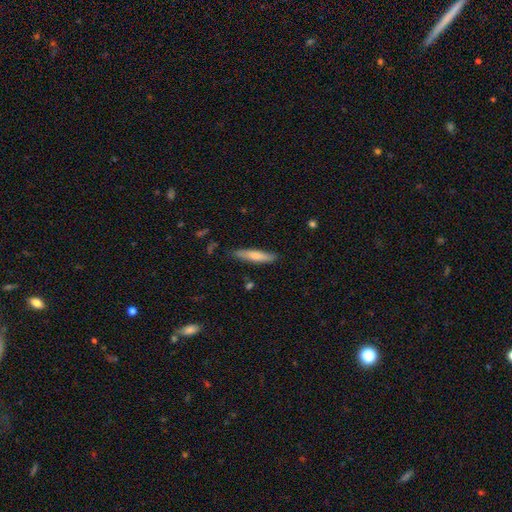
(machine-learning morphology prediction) This is likely a smooth galaxy (73%). How rounded: clearly cigar-shaped (83%). Merging: clearly none (83%).